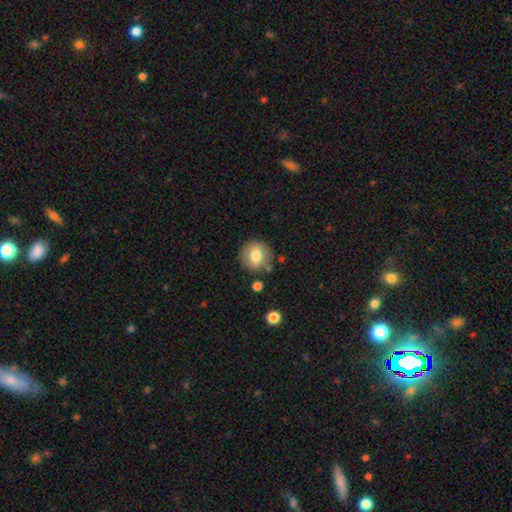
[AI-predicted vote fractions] This is likely a smooth galaxy (73%). How rounded: clearly round (89%). Merging: clearly none (84%).